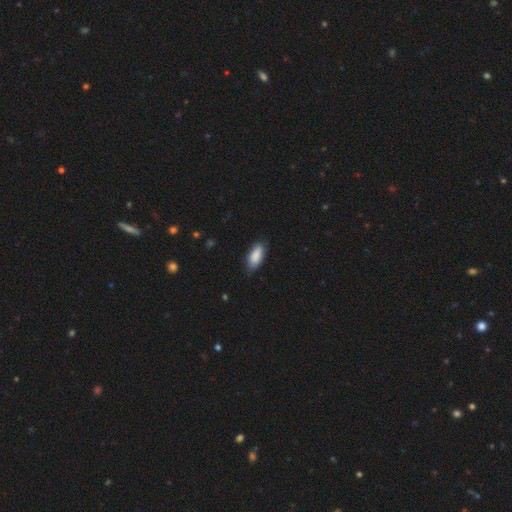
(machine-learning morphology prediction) Smooth or featured?
  - smooth: 87% *
  - featured or disk: 7%
  - star or artifact: 6%
How rounded?
  - in between: 86% *
  - cigar-shaped: 12%
  - round: 2%
Merging?
  - none: 78% *
  - minor disturbance: 18%
  - major disturbance: 3%
  - merger: 1%